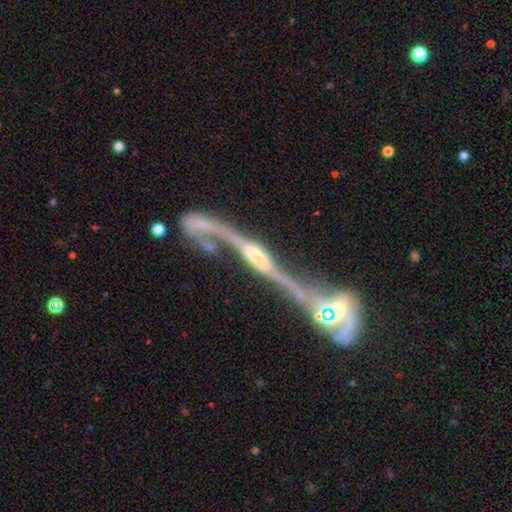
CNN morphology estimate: Smooth or featured? featured or disk (82%)
Edge-on disk? yes (68%)
Edge-on bulge? rounded (77%)
Merging? merger (51%)